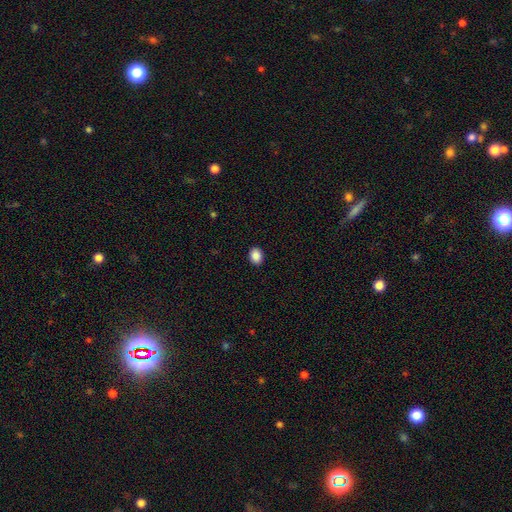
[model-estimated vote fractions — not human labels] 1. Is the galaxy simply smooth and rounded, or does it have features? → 89% smooth, 8% star or artifact, 3% featured or disk.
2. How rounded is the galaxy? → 58% in between, 41% round, 1% cigar-shaped.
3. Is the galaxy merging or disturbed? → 91% none, 6% minor disturbance, 2% major disturbance, 1% merger.